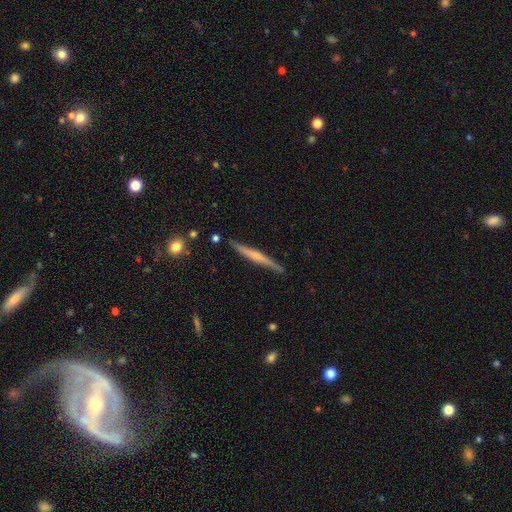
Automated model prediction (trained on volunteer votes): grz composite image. It shows a featured or disk galaxy (63%) viewed edge-on (97%) with a rounded central bulge (48%). Merging: none (86%).